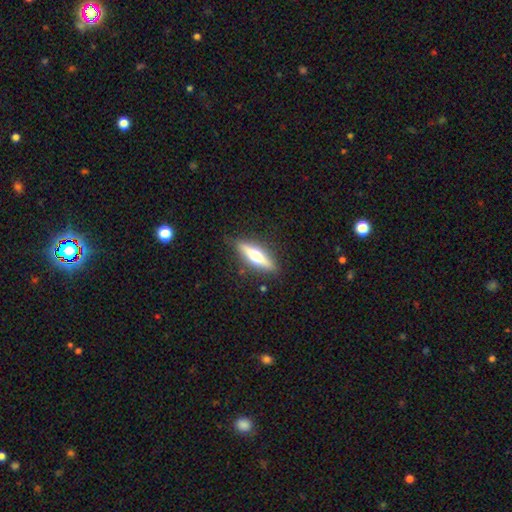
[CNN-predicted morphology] Smooth or featured: featured or disk — 55% (smooth — 39%)
Edge-on disk: yes — 93% (no — 7%)
Edge-on bulge: rounded — 93% (boxy — 4%)
Merging: none — 86% (minor disturbance — 10%)